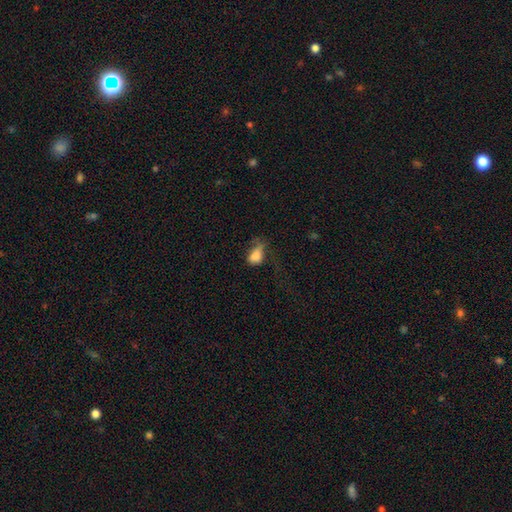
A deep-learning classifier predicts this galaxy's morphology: A smooth galaxy with no disk features (77%) that is in between round and cigar-shaped (80%).

Vote fractions:
- Smooth or featured? smooth: 77% / featured or disk: 12% / star or artifact: 11%
- How rounded? in between: 80% / round: 17% / cigar-shaped: 3%
- Merging? major disturbance: 47% / minor disturbance: 26% / none: 23% / merger: 4%